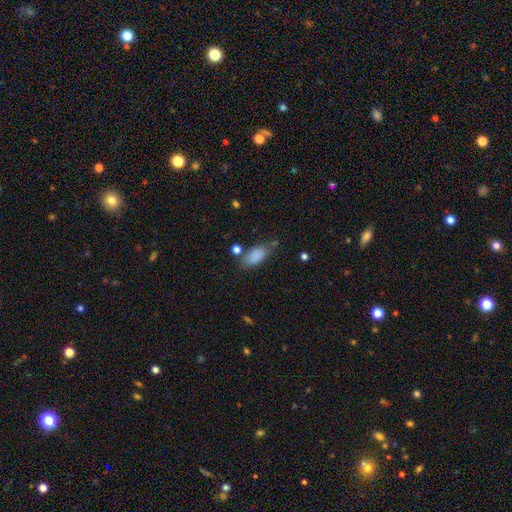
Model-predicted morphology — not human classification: smooth_or_featured: smooth (p=0.82) [alt: star or artifact p=0.09]
how_rounded: in between (p=0.87) [alt: cigar-shaped p=0.08]
merging: none (p=0.57) [alt: minor disturbance p=0.25]